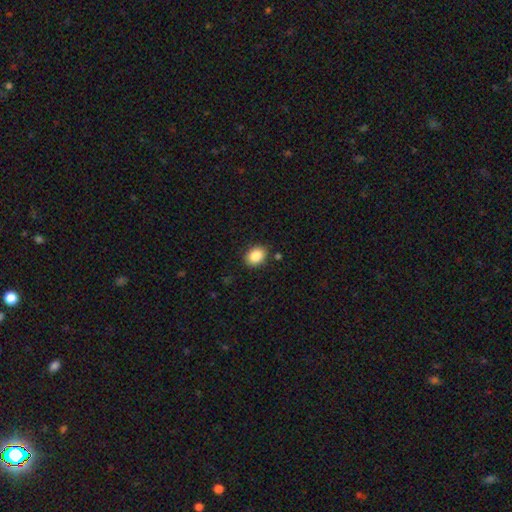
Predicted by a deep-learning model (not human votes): Smooth or featured: smooth — 87% (star or artifact — 8%)
How rounded: in between — 60% (round — 40%)
Merging: none — 87% (minor disturbance — 9%)